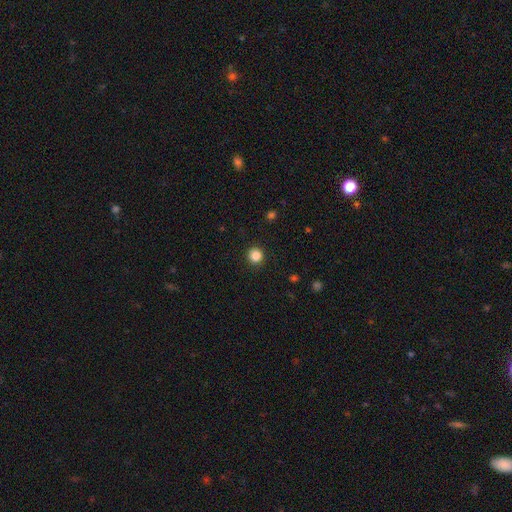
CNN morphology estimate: A smooth galaxy with no disk features (85%) that is round (94%). Merging: none (92%).